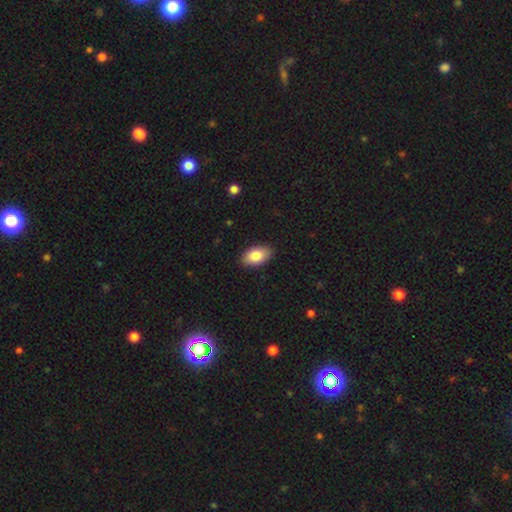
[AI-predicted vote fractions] Smooth or featured? smooth (84%)
How rounded? in between (94%)
Merging? none (89%)